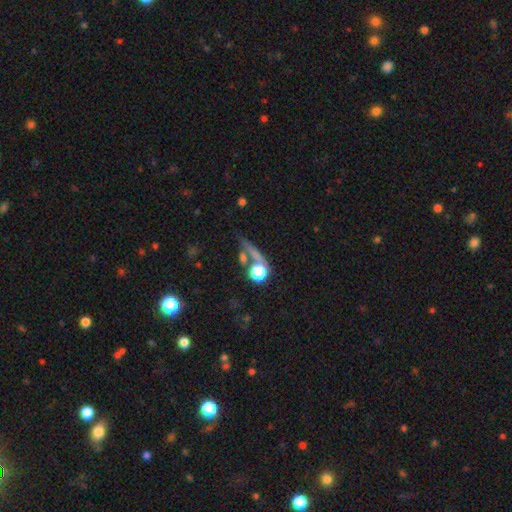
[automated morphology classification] The model was most divided on "smooth or featured": star or artifact: 44%, smooth: 33%, featured or disk: 23%.